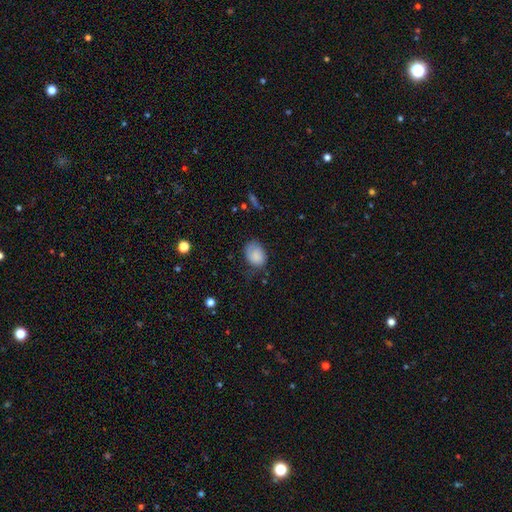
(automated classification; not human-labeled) A smooth galaxy with no disk features (82%) that is in between round and cigar-shaped (73%).

Vote fractions:
- Smooth or featured? smooth: 82% / featured or disk: 10% / star or artifact: 8%
- How rounded? in between: 73% / round: 26% / cigar-shaped: 1%
- Merging? none: 55% / minor disturbance: 32% / major disturbance: 12% / merger: 2%